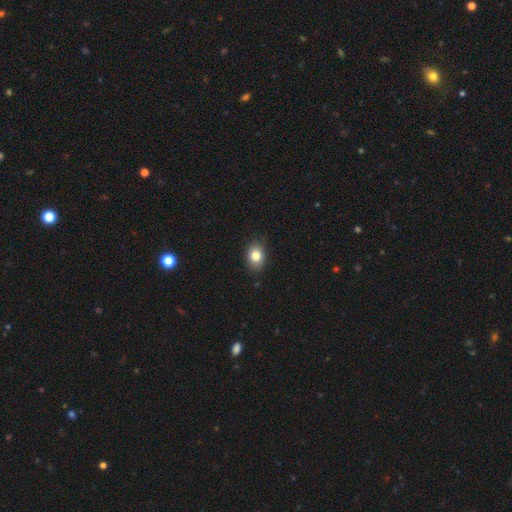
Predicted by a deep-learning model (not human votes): This appears to be a smooth galaxy with no disk features (81%) that is in between round and cigar-shaped (66%). Merging: none (86%).